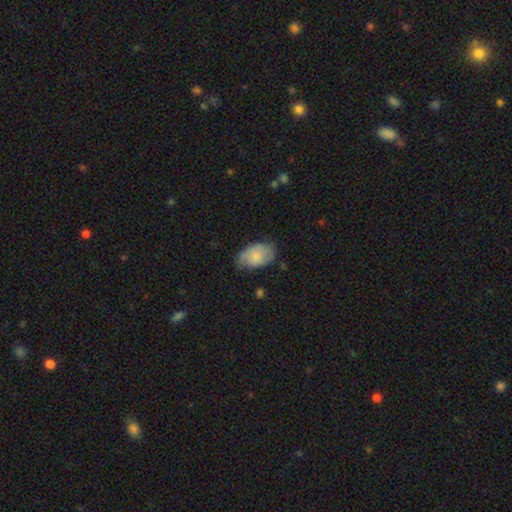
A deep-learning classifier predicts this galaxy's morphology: smooth 67%, featured or disk 26%, star or artifact 7%. Down the decision tree: how rounded — in between (92%); merging — none (61%).